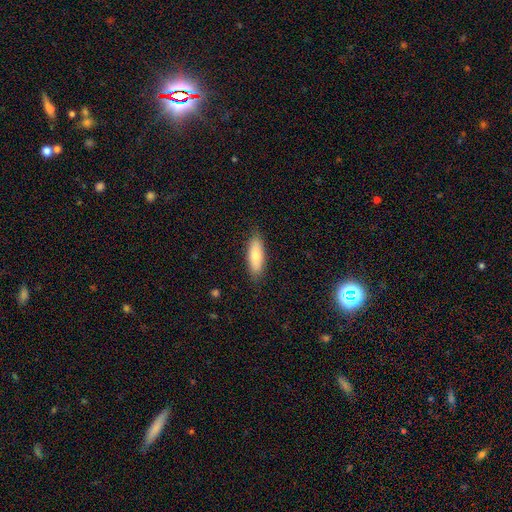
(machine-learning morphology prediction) A smooth galaxy with no disk features (77%) that is in between round and cigar-shaped (60%).

Vote fractions:
- Smooth or featured? smooth: 77% / featured or disk: 17% / star or artifact: 6%
- How rounded? in between: 60% / cigar-shaped: 38% / round: 2%
- Merging? none: 86% / minor disturbance: 11% / major disturbance: 2% / merger: 1%